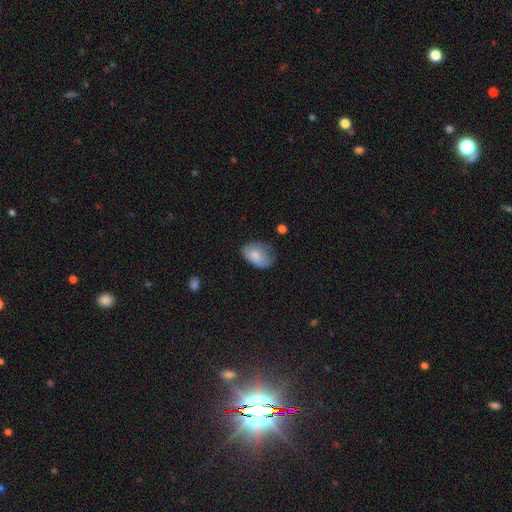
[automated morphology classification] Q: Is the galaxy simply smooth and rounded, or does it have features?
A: smooth — 78%.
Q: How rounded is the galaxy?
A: in between — 85%.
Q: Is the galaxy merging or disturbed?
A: none — 50%.